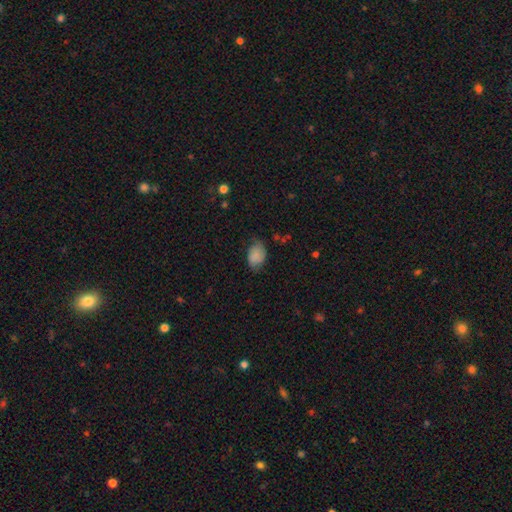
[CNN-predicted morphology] smooth_or_featured: smooth (p=0.82) [alt: featured or disk p=0.10]
how_rounded: in between (p=0.81) [alt: round p=0.18]
merging: none (p=0.56) [alt: minor disturbance p=0.33]